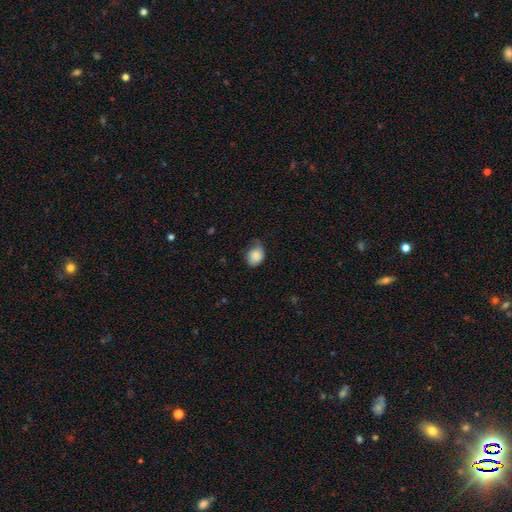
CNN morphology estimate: This is clearly a smooth galaxy (82%). How rounded: possibly in between (54%). Merging: marginally minor disturbance (43%).